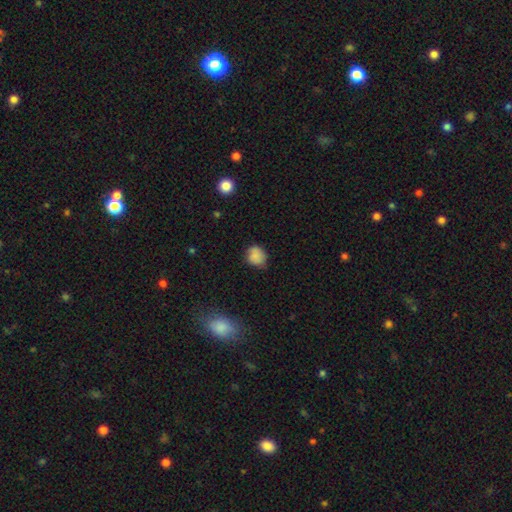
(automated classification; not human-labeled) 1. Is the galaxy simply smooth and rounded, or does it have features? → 81% smooth, 10% star or artifact, 9% featured or disk.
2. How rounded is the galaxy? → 70% round, 29% in between, 1% cigar-shaped.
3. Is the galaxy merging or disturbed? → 66% none, 27% minor disturbance, 5% major disturbance, 2% merger.